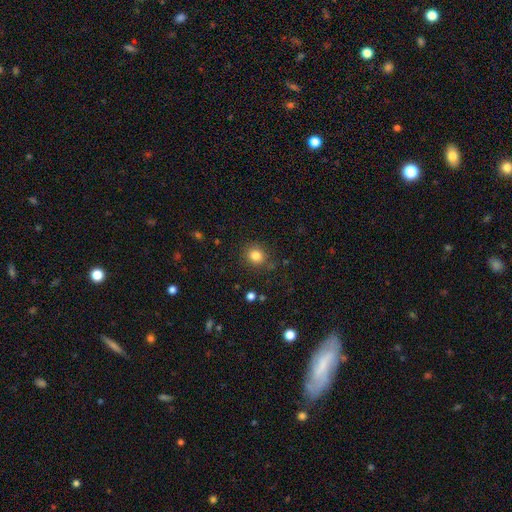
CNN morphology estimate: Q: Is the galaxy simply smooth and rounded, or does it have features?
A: smooth — 83%.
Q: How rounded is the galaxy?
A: round — 81%.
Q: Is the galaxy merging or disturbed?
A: none — 84%.